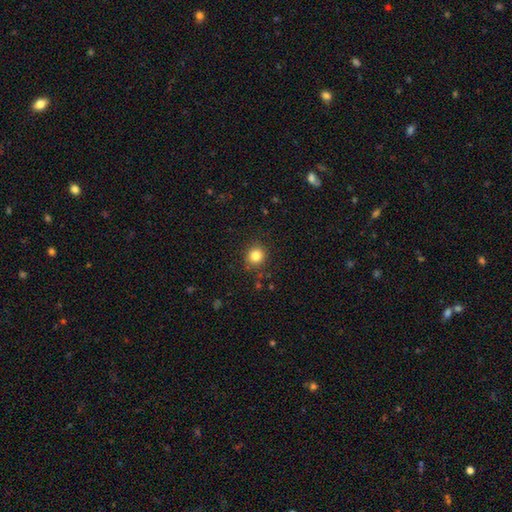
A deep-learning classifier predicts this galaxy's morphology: A smooth galaxy with no disk features (83%) that is round (89%).

Vote fractions:
- Smooth or featured? smooth: 83% / star or artifact: 12% / featured or disk: 6%
- How rounded? round: 89% / in between: 10% / cigar-shaped: 1%
- Merging? none: 88% / minor disturbance: 8% / major disturbance: 3% / merger: 2%